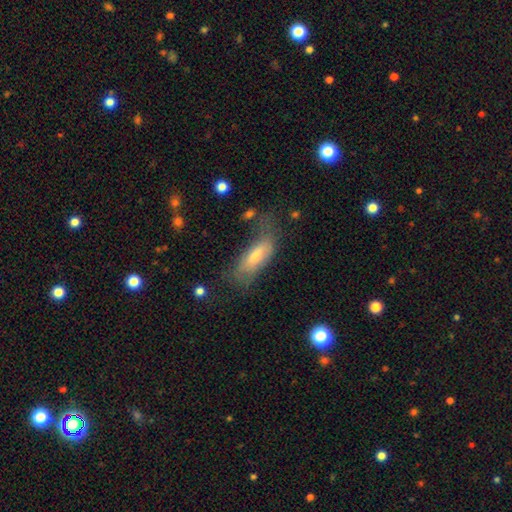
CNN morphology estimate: Smooth or featured? Predicted: smooth (p=0.64). How rounded? Predicted: in between (p=0.66). Merging? Predicted: none (p=0.47).